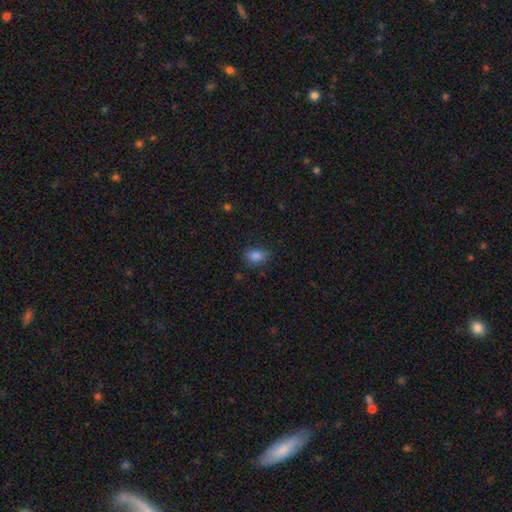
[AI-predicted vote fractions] Smooth or featured? Predicted: smooth (p=0.85). How rounded? Predicted: in between (p=0.80). Merging? Predicted: none (p=0.79).